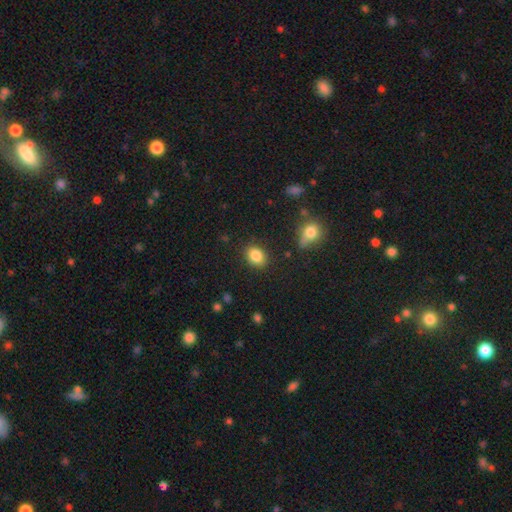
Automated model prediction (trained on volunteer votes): smooth-or-featured: smooth: 85% | star or artifact: 9% | featured or disk: 6%
  how-rounded: in between: 63% | round: 36% | cigar-shaped: 1%
  merging: none: 85% | minor disturbance: 10% | major disturbance: 3% | merger: 2%